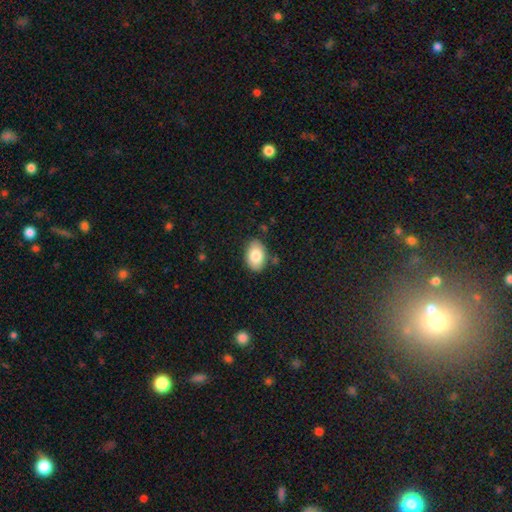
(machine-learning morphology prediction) Smooth or featured: smooth — 84% (featured or disk — 10%)
How rounded: in between — 89% (round — 10%)
Merging: none — 84% (minor disturbance — 12%)